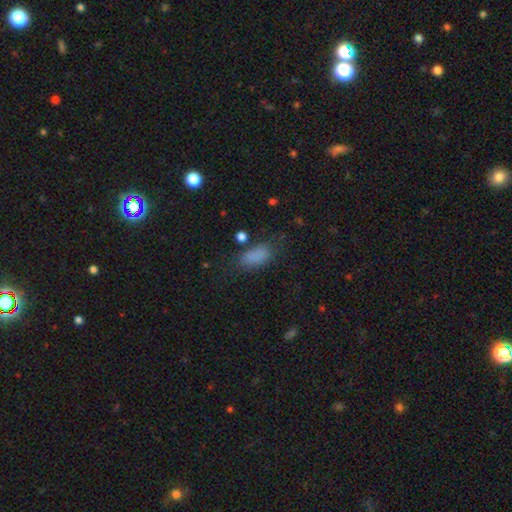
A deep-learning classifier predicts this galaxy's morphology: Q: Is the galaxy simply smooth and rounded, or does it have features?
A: smooth — 81%.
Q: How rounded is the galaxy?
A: in between — 89%.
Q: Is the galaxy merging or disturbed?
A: none — 66%.